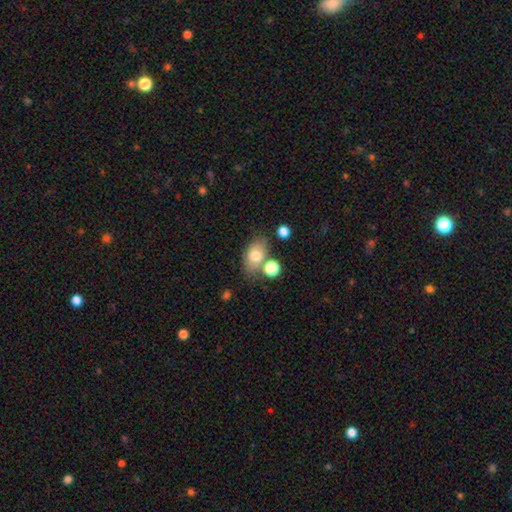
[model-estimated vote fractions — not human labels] Smooth or featured? smooth (75%)
How rounded? in between (81%)
Merging? none (63%)